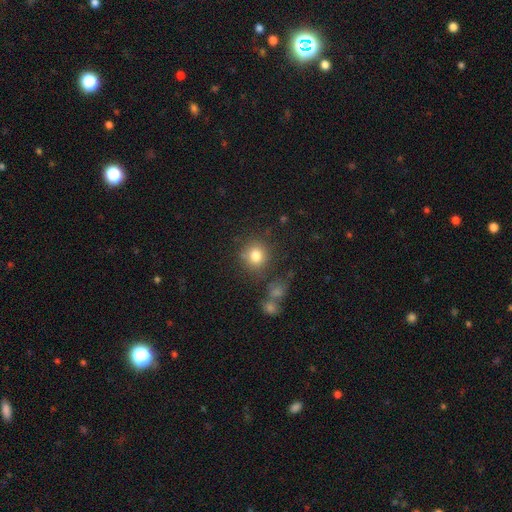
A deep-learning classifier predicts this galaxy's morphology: This appears to be a smooth galaxy with no disk features (80%) that is round (89%). Merging: none (80%).